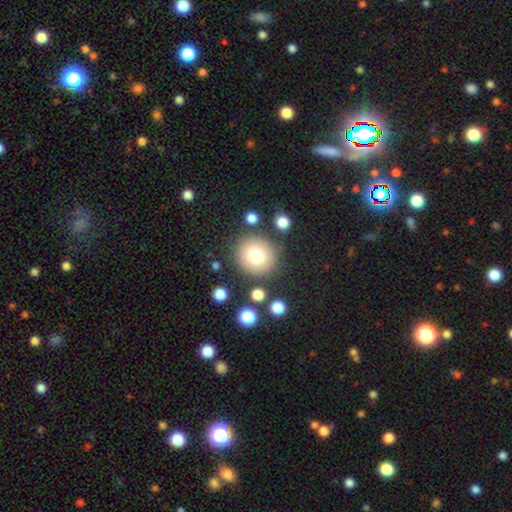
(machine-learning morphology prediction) Q: Smooth or featured?
A: smooth (76%); runner-up: featured or disk (12%)
Q: How rounded?
A: round (91%); runner-up: in between (8%)
Q: Merging?
A: none (83%); runner-up: minor disturbance (9%)